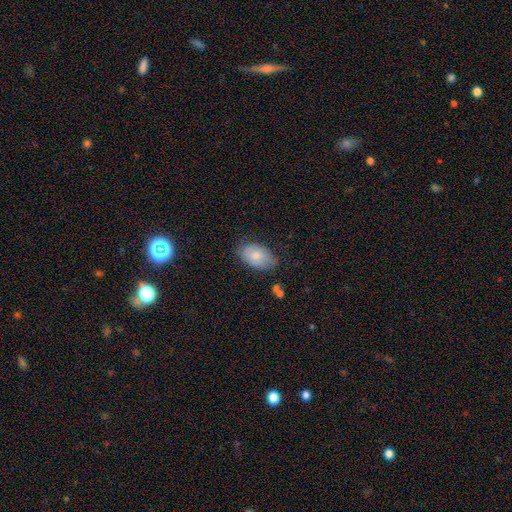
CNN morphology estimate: smooth-or-featured: smooth: 76% | featured or disk: 17% | star or artifact: 7%
  how-rounded: in between: 91% | round: 8% | cigar-shaped: 1%
  merging: none: 69% | minor disturbance: 25% | major disturbance: 5% | merger: 2%